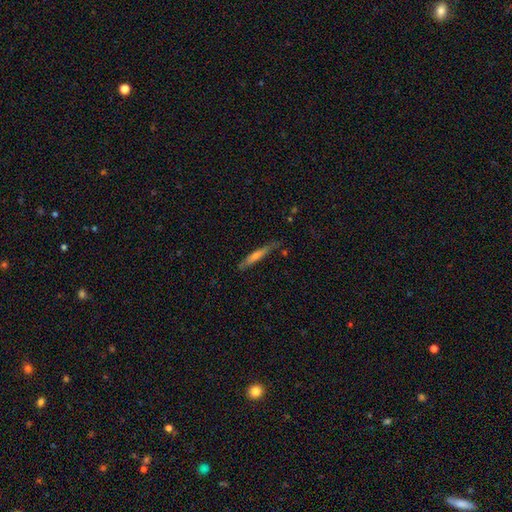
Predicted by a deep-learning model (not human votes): smooth-or-featured: featured or disk: 47% | smooth: 46% | star or artifact: 7%
  merging: none: 77% | minor disturbance: 17% | major disturbance: 3% | merger: 3%